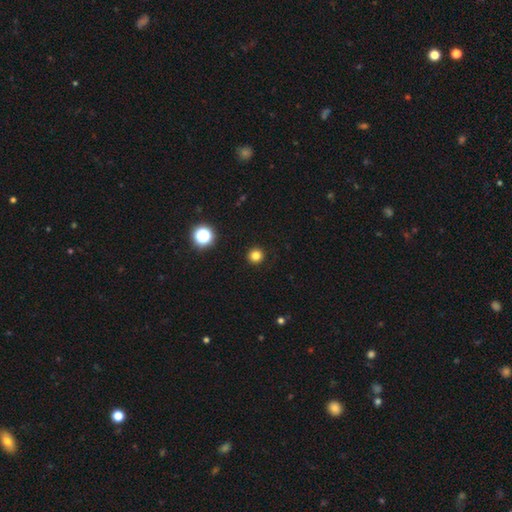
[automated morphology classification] type=smooth (81%); roundness=round (95%); merging=none (93%).